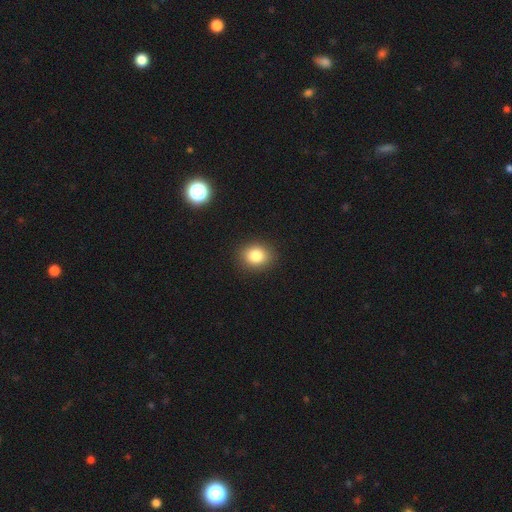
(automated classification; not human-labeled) This appears to be a smooth galaxy with no disk features (83%) that is round (62%). Merging: none (90%).